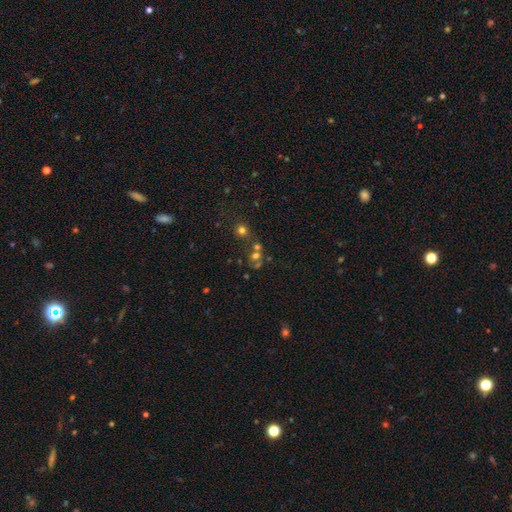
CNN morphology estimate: Smooth or featured? Predicted: smooth (p=0.51). How rounded? Predicted: round (p=0.74). Merging? Predicted: none (p=0.43).